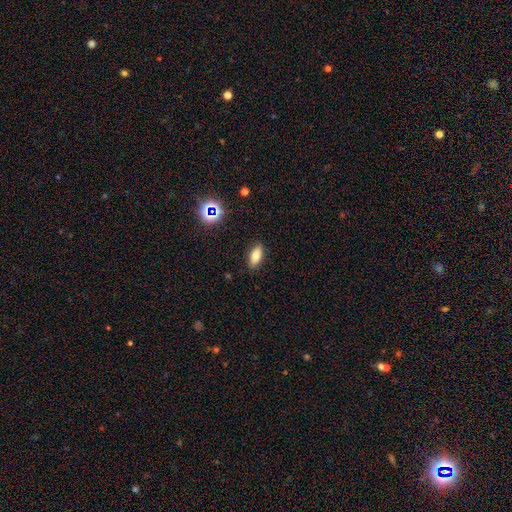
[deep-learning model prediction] The model was most divided on "smooth or featured": smooth: 75%, featured or disk: 14%, star or artifact: 11%. More confident: merging — none (88%); how rounded — in between (86%).